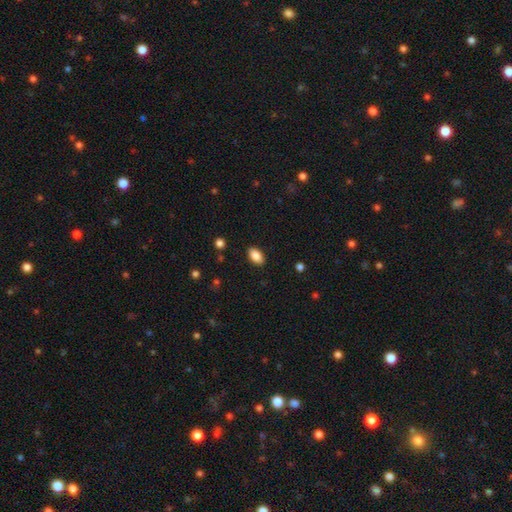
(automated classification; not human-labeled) Q: Smooth or featured?
A: smooth (87%); runner-up: star or artifact (8%)
Q: How rounded?
A: in between (92%); runner-up: round (5%)
Q: Merging?
A: none (88%); runner-up: minor disturbance (8%)